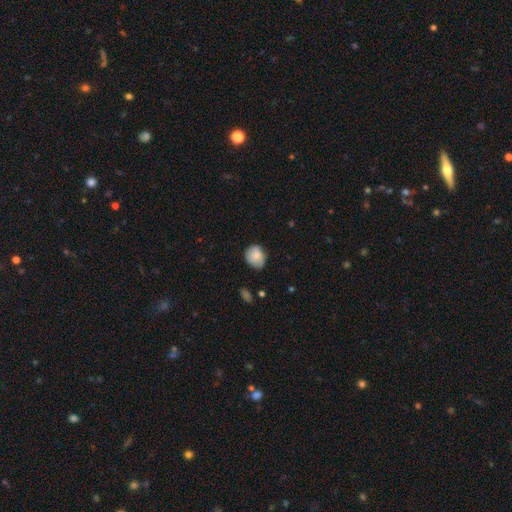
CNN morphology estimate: Q: Smooth or featured?
A: smooth (82%); runner-up: featured or disk (10%)
Q: How rounded?
A: round (62%); runner-up: in between (37%)
Q: Merging?
A: none (65%); runner-up: minor disturbance (28%)